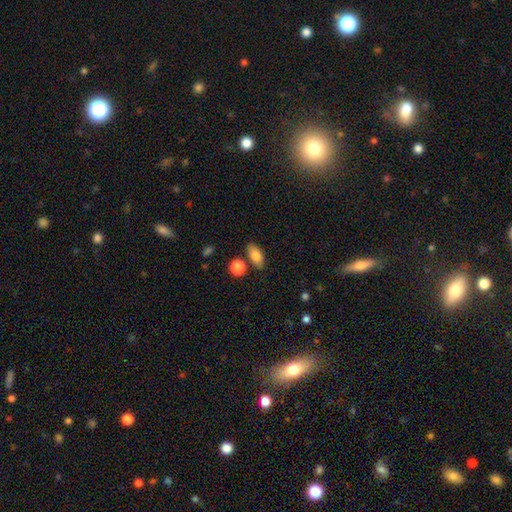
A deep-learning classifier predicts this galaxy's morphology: smooth 80%, featured or disk 12%, star or artifact 8%. Down the decision tree: how rounded — in between (85%); merging — none (78%).